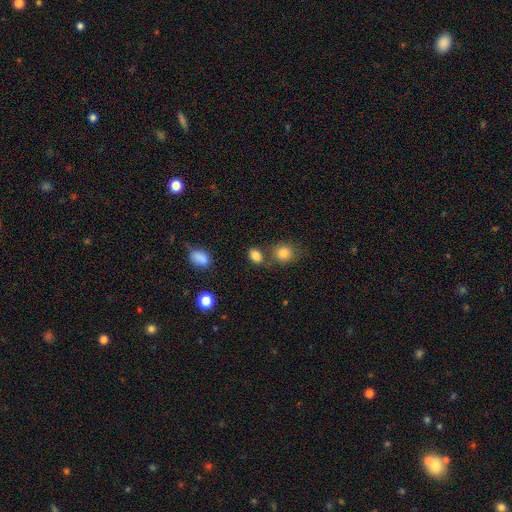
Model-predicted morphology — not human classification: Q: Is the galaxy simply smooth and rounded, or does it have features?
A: smooth — 84%.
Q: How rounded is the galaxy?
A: in between — 69%.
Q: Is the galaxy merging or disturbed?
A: none — 68%.